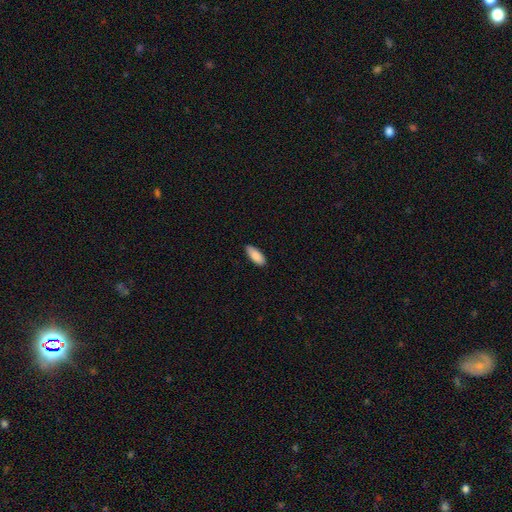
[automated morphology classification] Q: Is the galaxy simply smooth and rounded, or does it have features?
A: smooth — 88%.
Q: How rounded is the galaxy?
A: in between — 79%.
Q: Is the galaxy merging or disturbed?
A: none — 88%.